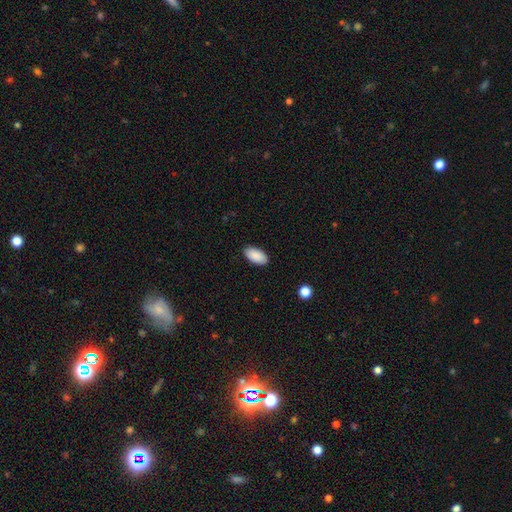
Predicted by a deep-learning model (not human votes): A smooth galaxy with no disk features (90%) that is in between round and cigar-shaped (95%).

Vote fractions:
- Smooth or featured? smooth: 90% / star or artifact: 6% / featured or disk: 4%
- How rounded? in between: 95% / cigar-shaped: 3% / round: 2%
- Merging? none: 88% / minor disturbance: 9% / major disturbance: 2% / merger: 1%